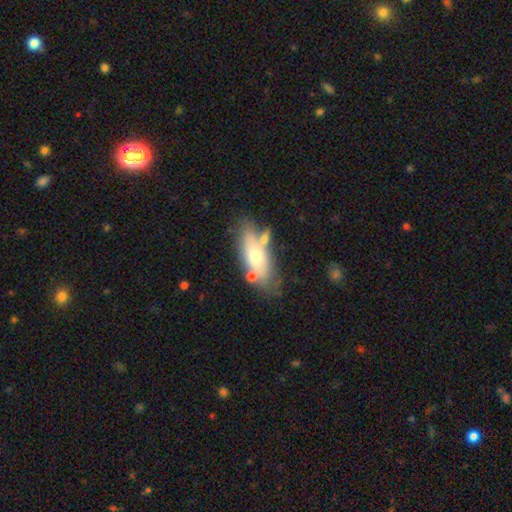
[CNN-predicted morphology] The model was most divided on "smooth or featured": smooth: 60%, featured or disk: 33%, star or artifact: 7%. More confident: how rounded — in between (73%); merging — none (63%).